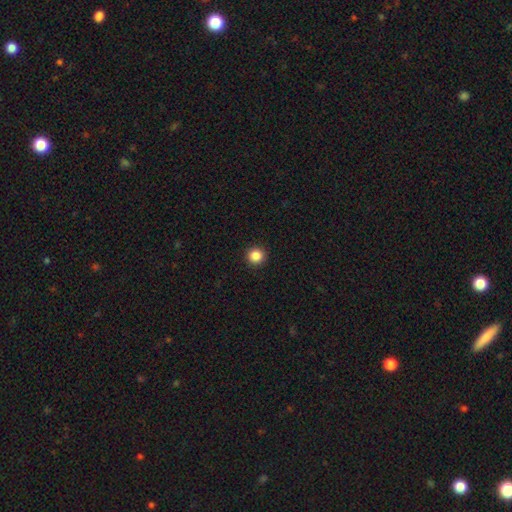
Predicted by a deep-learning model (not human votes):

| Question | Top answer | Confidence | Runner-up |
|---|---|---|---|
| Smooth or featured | smooth | 86% | star or artifact (10%) |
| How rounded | round | 95% | in between (4%) |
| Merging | none | 94% | minor disturbance (4%) |